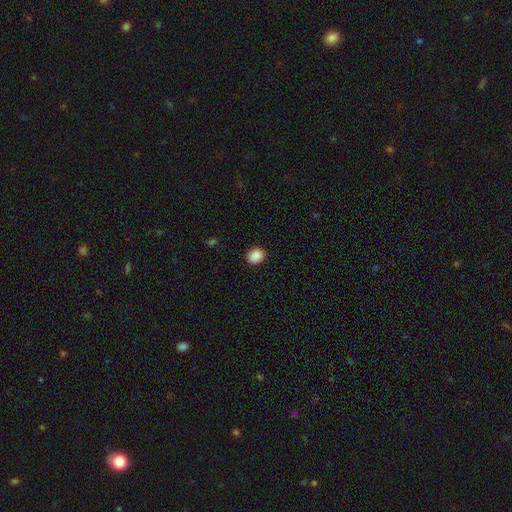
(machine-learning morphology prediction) The model was most divided on "how rounded": round: 63%, in between: 36%, cigar-shaped: 1%. More confident: smooth or featured — smooth (88%); merging — none (88%).